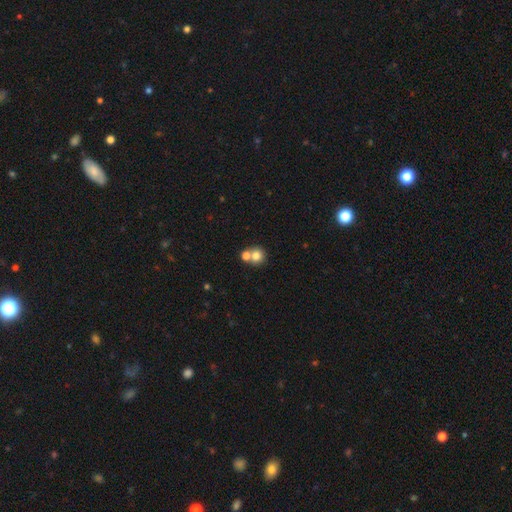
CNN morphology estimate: Smooth or featured? Predicted: smooth (p=0.77). How rounded? Predicted: round (p=0.87). Merging? Predicted: none (p=0.47).